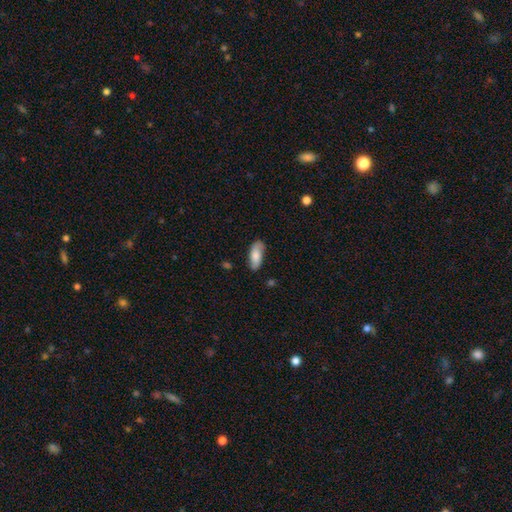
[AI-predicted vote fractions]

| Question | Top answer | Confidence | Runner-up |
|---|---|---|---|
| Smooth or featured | smooth | 77% | featured or disk (17%) |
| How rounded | in between | 83% | cigar-shaped (15%) |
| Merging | none | 73% | minor disturbance (21%) |